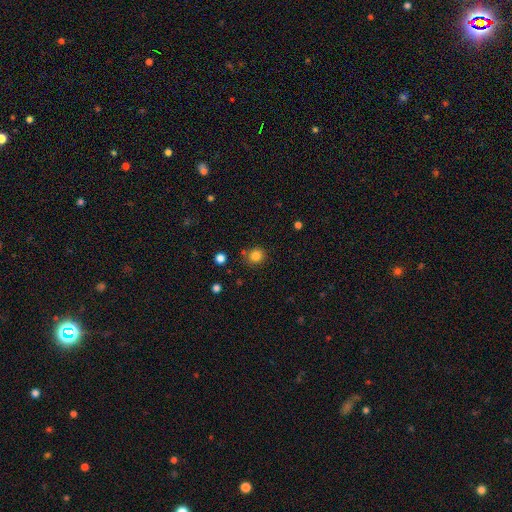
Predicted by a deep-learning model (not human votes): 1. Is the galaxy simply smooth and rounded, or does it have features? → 83% smooth, 12% star or artifact, 4% featured or disk.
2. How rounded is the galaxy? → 89% round, 10% in between, 1% cigar-shaped.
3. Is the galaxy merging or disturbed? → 81% none, 11% minor disturbance, 5% merger, 3% major disturbance.